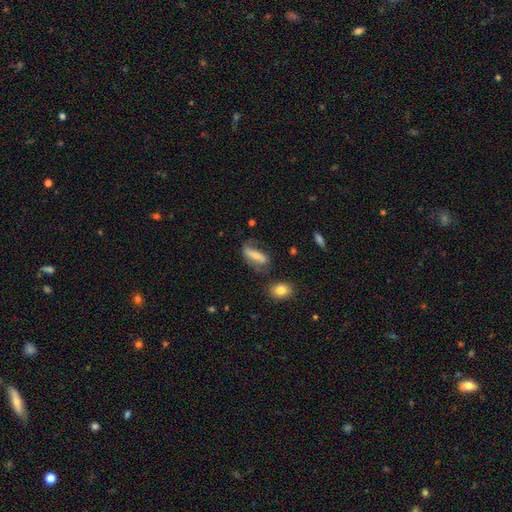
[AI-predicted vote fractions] This appears to be a smooth galaxy with no disk features (57%) that is in between round and cigar-shaped (60%). Merging: none (46%).